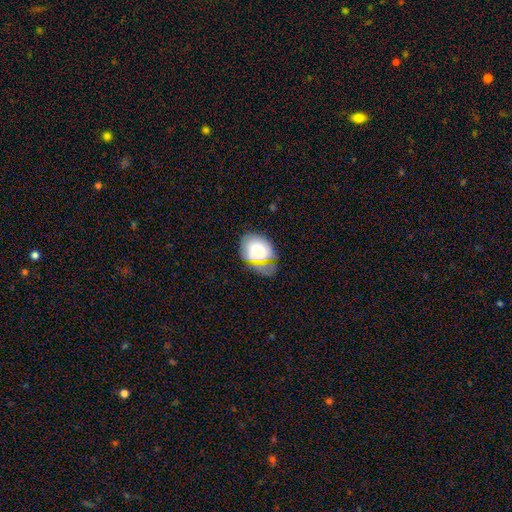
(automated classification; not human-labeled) This is likely a smooth galaxy (74%). How rounded: likely in between (63%). Merging: possibly none (51%).